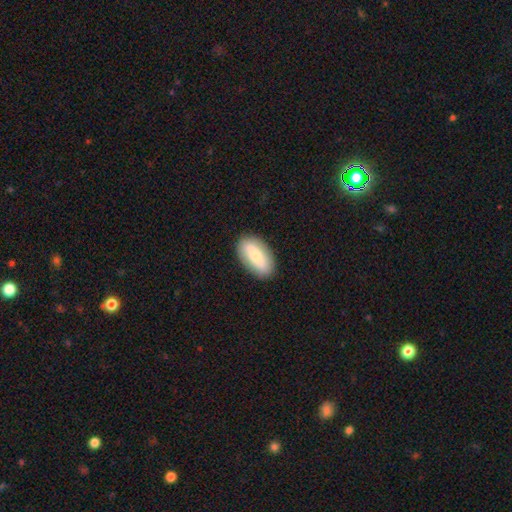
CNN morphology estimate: Overall: smooth (67%; featured or disk 27%). How rounded: in between (92%). Merging: none (87%).